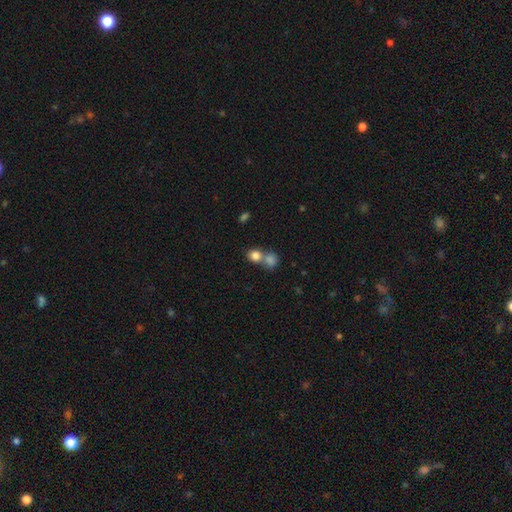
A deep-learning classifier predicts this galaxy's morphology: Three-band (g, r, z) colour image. It shows a smooth galaxy with no disk features (82%) that is round (73%). Merging: merger (50%).